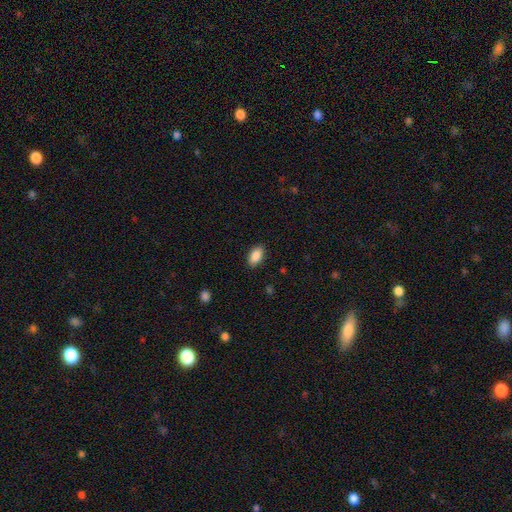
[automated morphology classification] Q: Smooth or featured?
A: smooth (89%); runner-up: star or artifact (7%)
Q: How rounded?
A: in between (93%); runner-up: round (5%)
Q: Merging?
A: none (88%); runner-up: minor disturbance (9%)